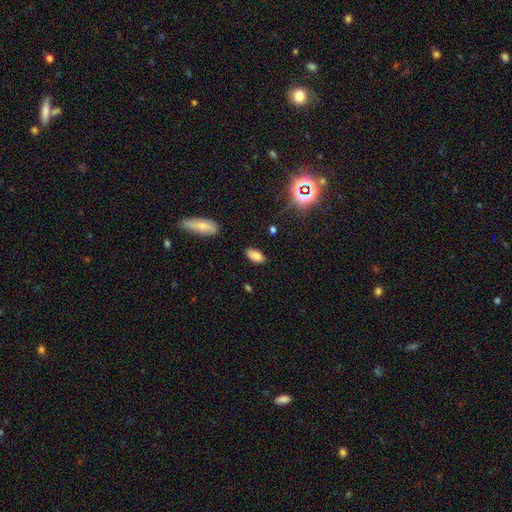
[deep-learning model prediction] smooth-or-featured: smooth: 83% | star or artifact: 11% | featured or disk: 7%
  how-rounded: in between: 93% | cigar-shaped: 4% | round: 3%
  merging: none: 84% | minor disturbance: 12% | major disturbance: 3% | merger: 2%